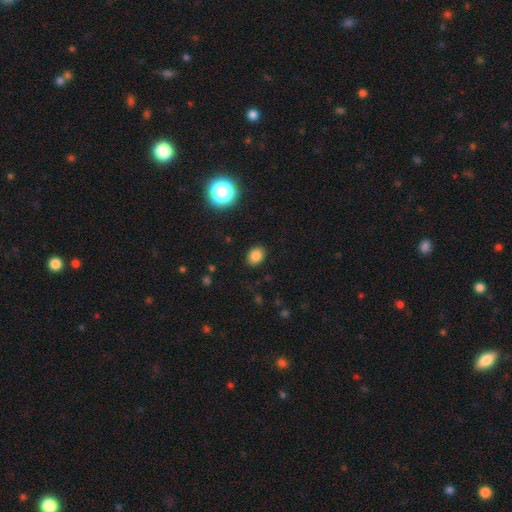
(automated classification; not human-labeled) The model was most divided on "how rounded": in between: 61%, round: 38%, cigar-shaped: 1%. More confident: merging — none (88%); smooth or featured — smooth (82%).